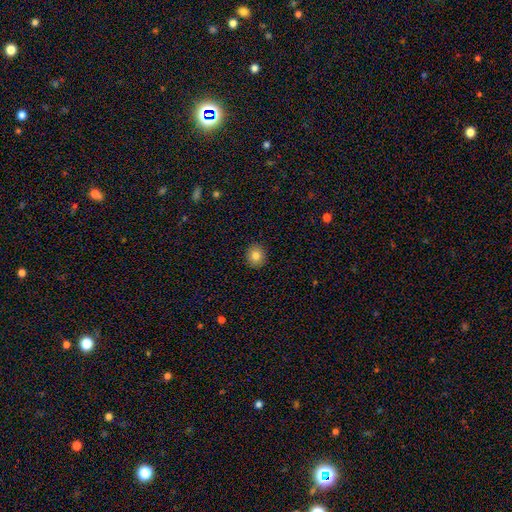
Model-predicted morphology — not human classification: Smooth or featured: smooth — 82% (star or artifact — 10%)
How rounded: round — 84% (in between — 16%)
Merging: none — 91% (minor disturbance — 6%)